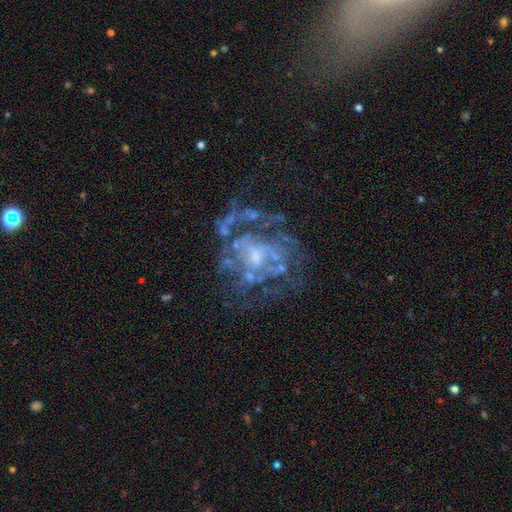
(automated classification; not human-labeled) Morphology: type=featured or disk (80%); edge-on=no (98%); bar=no (65%); spiral arms=yes (53%); bulge=small (49%); merging=none (47%).